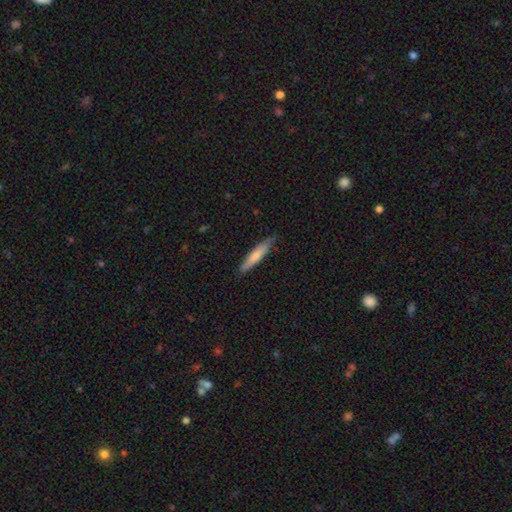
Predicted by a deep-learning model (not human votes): Overall: smooth (72%). How rounded: cigar-shaped (89%). Merging: none (82%).